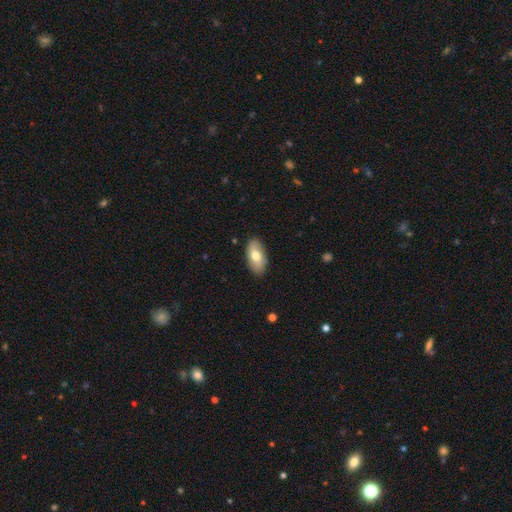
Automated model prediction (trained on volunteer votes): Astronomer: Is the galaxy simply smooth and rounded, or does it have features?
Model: smooth — 70%.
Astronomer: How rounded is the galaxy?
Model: in between — 94%.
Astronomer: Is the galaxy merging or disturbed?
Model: none — 87%.